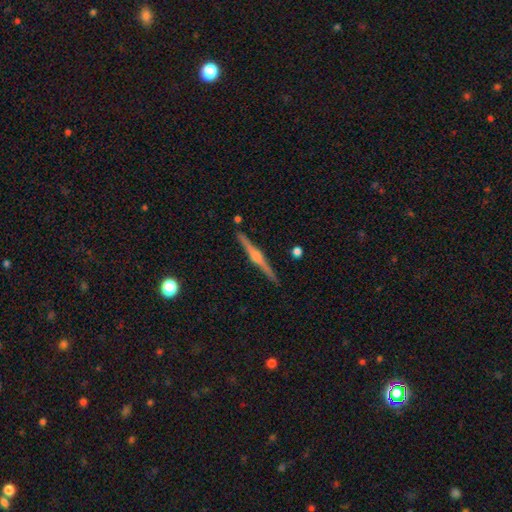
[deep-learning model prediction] A featured or disk galaxy (84%) viewed edge-on (99%) with a rounded central bulge (90%). Merging: none (92%).